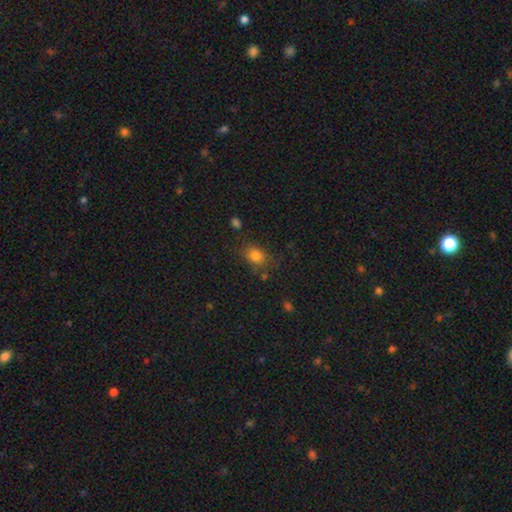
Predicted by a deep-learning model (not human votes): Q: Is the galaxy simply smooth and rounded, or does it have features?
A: smooth — 81%.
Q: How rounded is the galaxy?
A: in between — 62%.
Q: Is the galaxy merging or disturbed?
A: none — 74%.